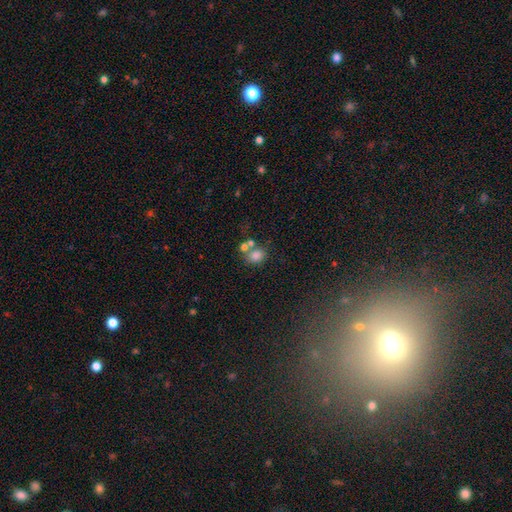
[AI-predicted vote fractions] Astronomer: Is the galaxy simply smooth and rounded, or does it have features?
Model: smooth — 77%.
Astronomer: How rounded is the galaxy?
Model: round — 60% (runner-up: in between, 39%).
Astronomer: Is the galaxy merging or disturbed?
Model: none — 49% (runner-up: merger, 33%).